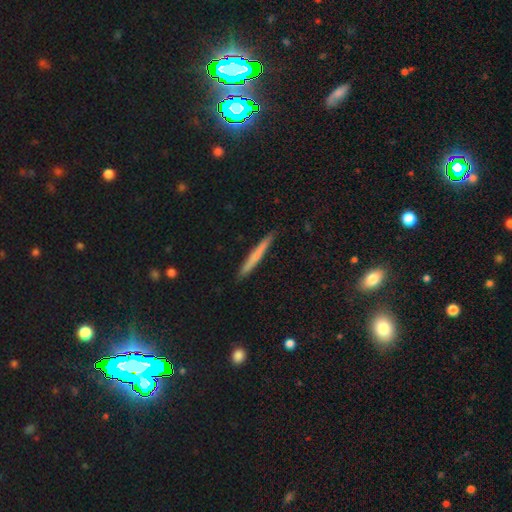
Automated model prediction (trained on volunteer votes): smooth_or_featured: smooth (p=0.63) [alt: featured or disk p=0.31]
how_rounded: cigar-shaped (p=0.97) [alt: in between p=0.02]
merging: none (p=0.91) [alt: minor disturbance p=0.07]